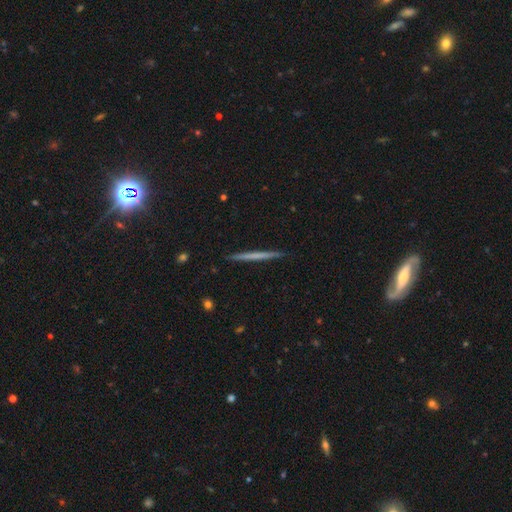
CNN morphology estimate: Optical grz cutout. It shows a smooth galaxy with no disk features (49%). Merging: none (92%).